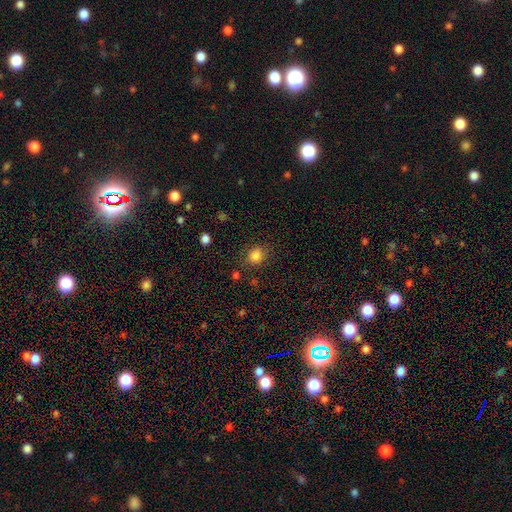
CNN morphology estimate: smooth 83%, star or artifact 11%, featured or disk 5%. Down the decision tree: how rounded — round (65%); merging — none (79%).